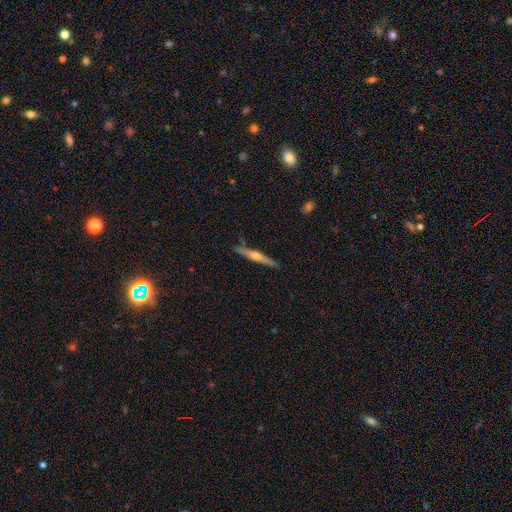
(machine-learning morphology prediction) A featured or disk galaxy (66%) viewed edge-on (97%) with a rounded central bulge (89%). Merging: none (87%).